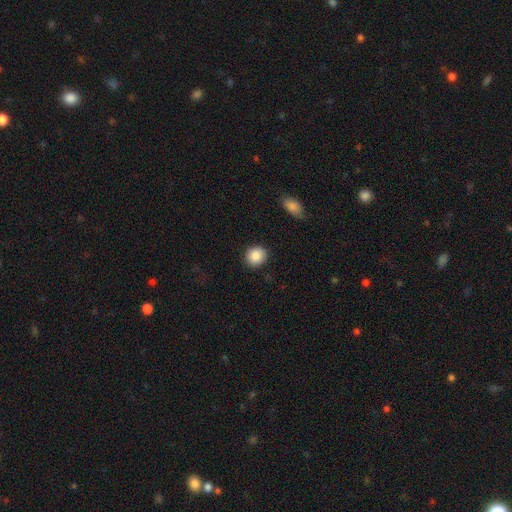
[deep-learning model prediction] Smooth or featured: smooth — 89% (star or artifact — 8%)
How rounded: round — 79% (in between — 20%)
Merging: none — 89% (minor disturbance — 7%)